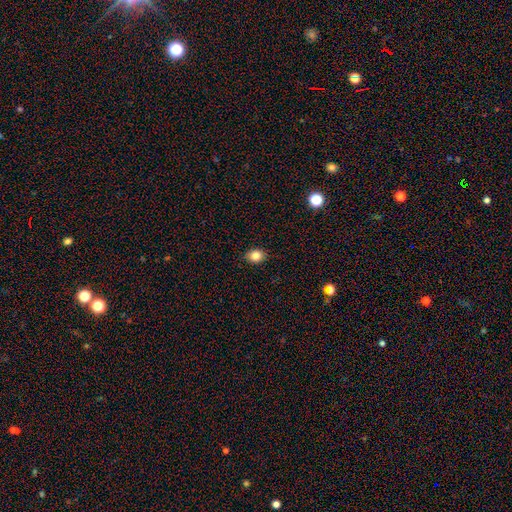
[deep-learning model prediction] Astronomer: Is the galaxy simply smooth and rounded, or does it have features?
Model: smooth — 83%.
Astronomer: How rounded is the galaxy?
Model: in between — 51% (runner-up: round, 48%).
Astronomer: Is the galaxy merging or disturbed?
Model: none — 88%.